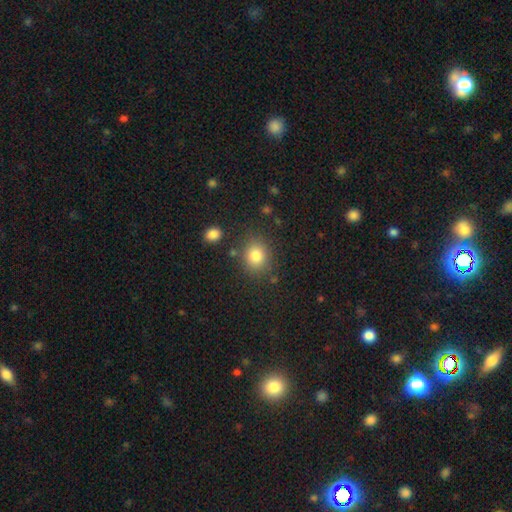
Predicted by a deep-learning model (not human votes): smooth_or_featured: smooth (p=0.82) [alt: star or artifact p=0.11]
how_rounded: round (p=0.69) [alt: in between p=0.30]
merging: none (p=0.80) [alt: minor disturbance p=0.11]